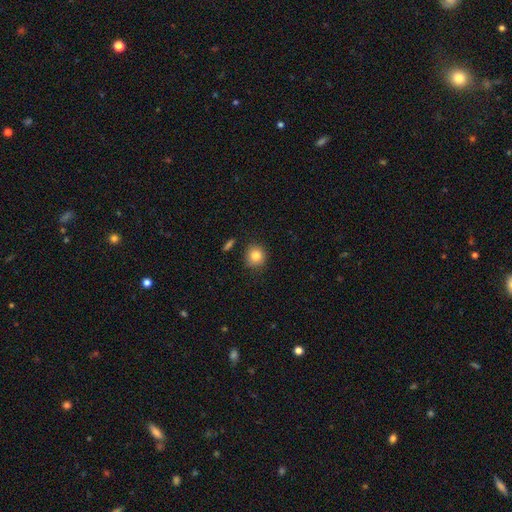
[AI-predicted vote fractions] The model was most divided on "smooth or featured": smooth: 83%, star or artifact: 10%, featured or disk: 7%. More confident: how rounded — round (88%); merging — none (85%).